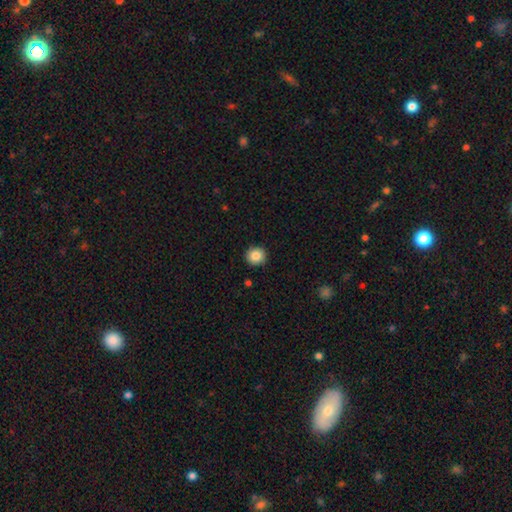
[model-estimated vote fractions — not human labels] Smooth or featured?
  - smooth: 86% *
  - star or artifact: 9%
  - featured or disk: 5%
How rounded?
  - round: 93% *
  - in between: 6%
  - cigar-shaped: 1%
Merging?
  - none: 91% *
  - minor disturbance: 6%
  - major disturbance: 2%
  - merger: 1%